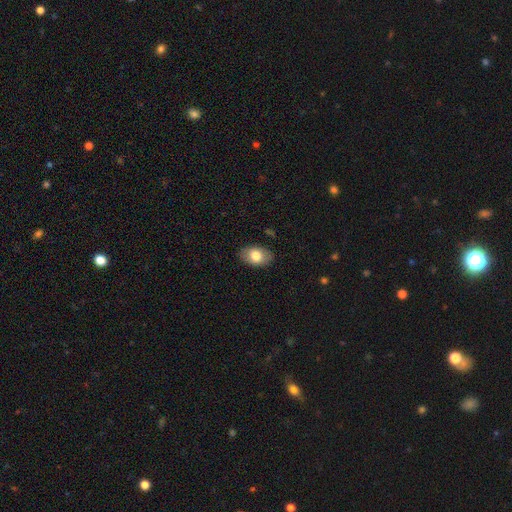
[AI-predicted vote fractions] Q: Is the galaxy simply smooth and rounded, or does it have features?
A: smooth — 78%.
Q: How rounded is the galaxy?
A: in between — 88%.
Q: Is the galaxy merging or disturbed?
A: none — 86%.